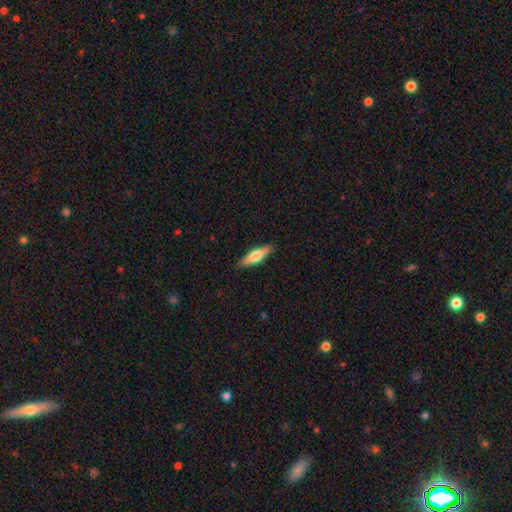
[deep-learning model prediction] Smooth or featured: smooth — 58% (featured or disk — 36%)
How rounded: cigar-shaped — 58% (in between — 40%)
Merging: none — 88% (minor disturbance — 9%)